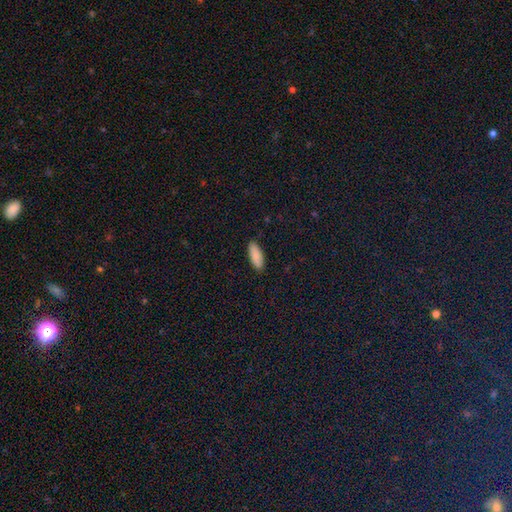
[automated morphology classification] The model was most divided on "how rounded": in between: 76%, cigar-shaped: 23%, round: 2%. More confident: merging — none (90%); smooth or featured — smooth (89%).